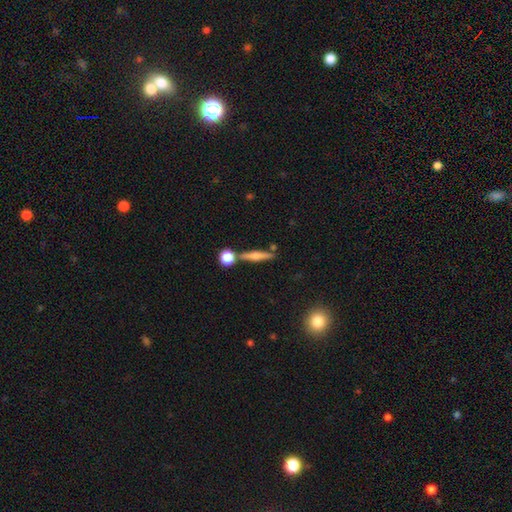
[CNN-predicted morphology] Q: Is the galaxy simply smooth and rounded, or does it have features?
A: featured or disk — 46%.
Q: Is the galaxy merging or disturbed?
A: none — 77%.